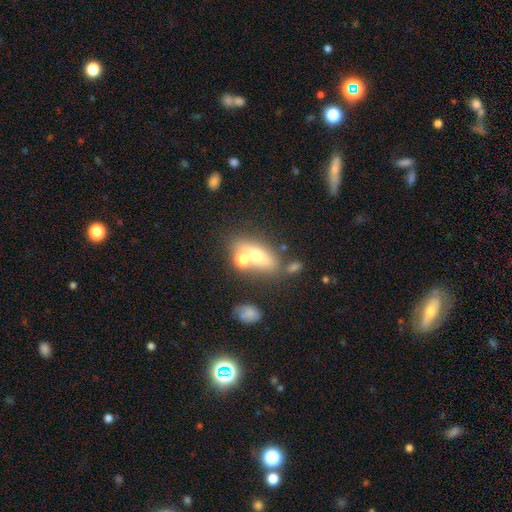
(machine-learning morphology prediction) smooth-or-featured: smooth: 61% | featured or disk: 23% | star or artifact: 16%
  how-rounded: in between: 66% | round: 24% | cigar-shaped: 11%
  merging: none: 46% | merger: 31% | minor disturbance: 13% | major disturbance: 9%